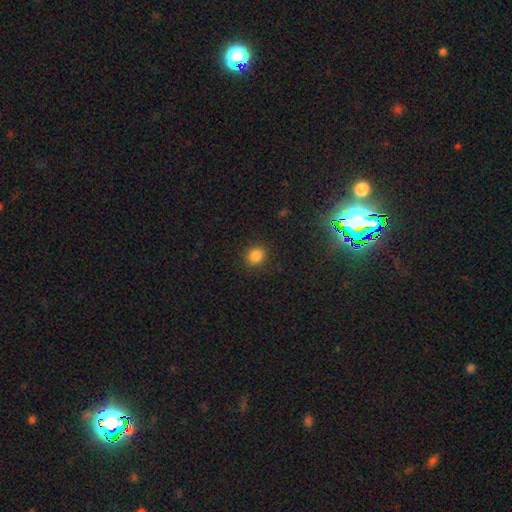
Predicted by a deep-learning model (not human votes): Smooth or featured? smooth (85%)
How rounded? round (76%)
Merging? none (89%)